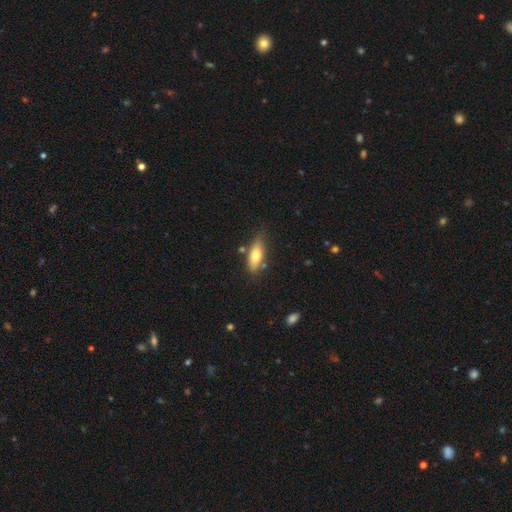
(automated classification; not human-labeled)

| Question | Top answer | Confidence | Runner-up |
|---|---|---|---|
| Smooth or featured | smooth | 70% | featured or disk (23%) |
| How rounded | in between | 70% | cigar-shaped (27%) |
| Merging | none | 73% | minor disturbance (18%) |